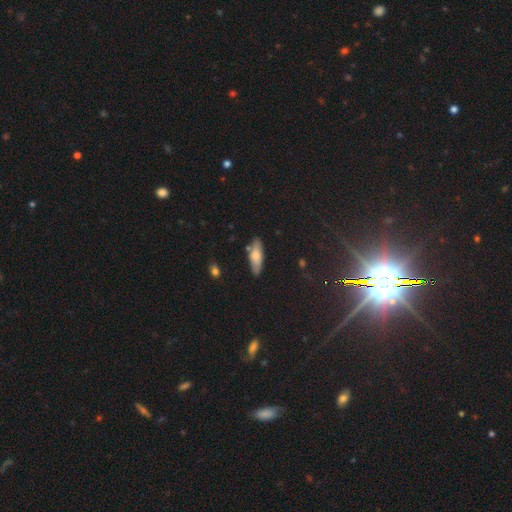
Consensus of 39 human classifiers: smooth-or-featured: smooth: 59% | featured or disk: 36% | star or artifact: 5%
  how-rounded: cigar-shaped: 70% | in between: 30% | round: 0%
  merging: none: 62% | minor disturbance: 30% | merger: 5% | major disturbance: 3%